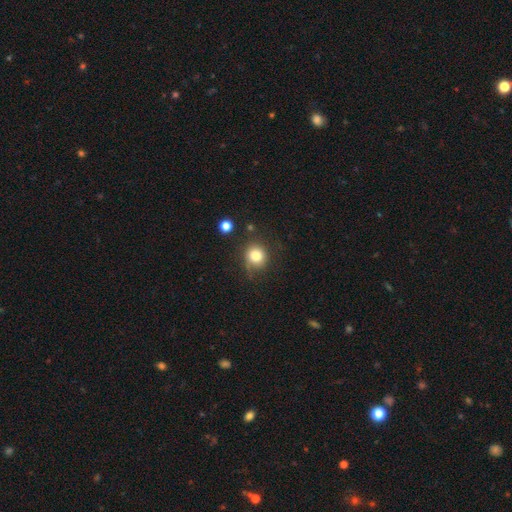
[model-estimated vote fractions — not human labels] Morphology: type=smooth (82%); roundness=round (86%); merging=none (73%).